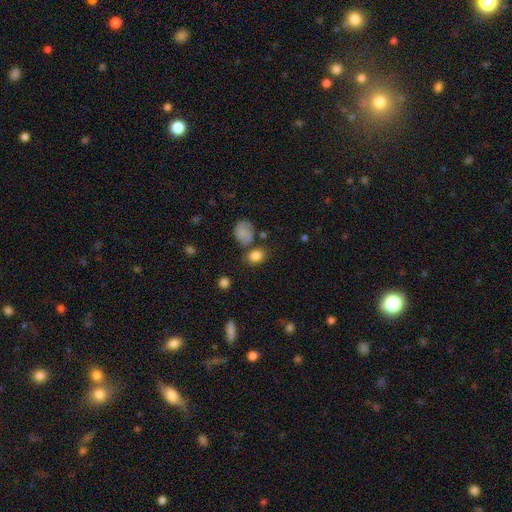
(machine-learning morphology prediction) Q: Smooth or featured?
A: smooth (83%); runner-up: star or artifact (11%)
Q: How rounded?
A: in between (59%); runner-up: round (39%)
Q: Merging?
A: none (68%); runner-up: merger (14%)